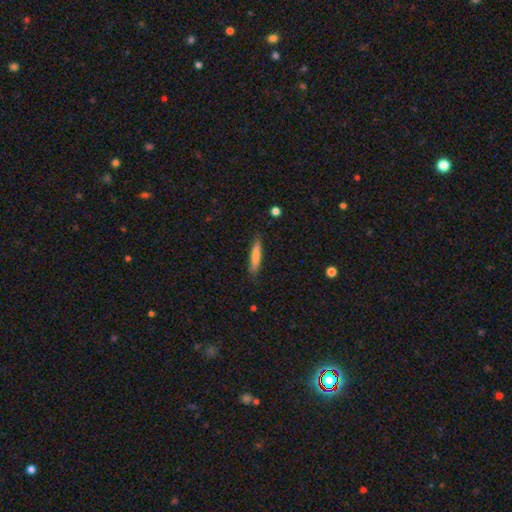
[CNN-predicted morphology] This is likely a smooth galaxy (78%). How rounded: clearly cigar-shaped (90%). Merging: clearly none (85%).